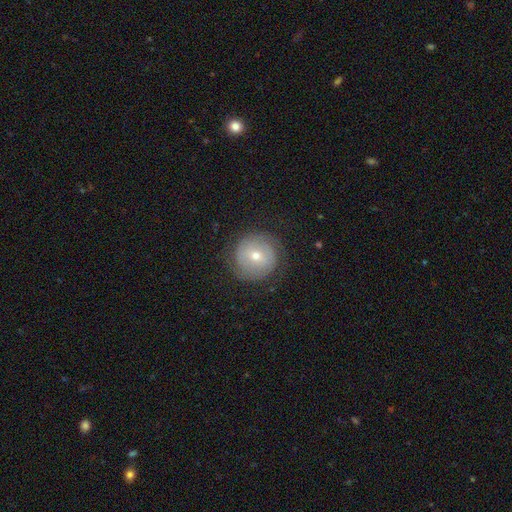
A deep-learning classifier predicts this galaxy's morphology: Smooth or featured: featured or disk — 52% (smooth — 39%)
Edge-on disk: no — 97% (yes — 3%)
Bar: no — 57% (weak — 33%)
Spiral arms: yes — 71% (no — 29%)
Bulge size: small — 52% (moderate — 44%)
Merging: none — 79% (minor disturbance — 13%)